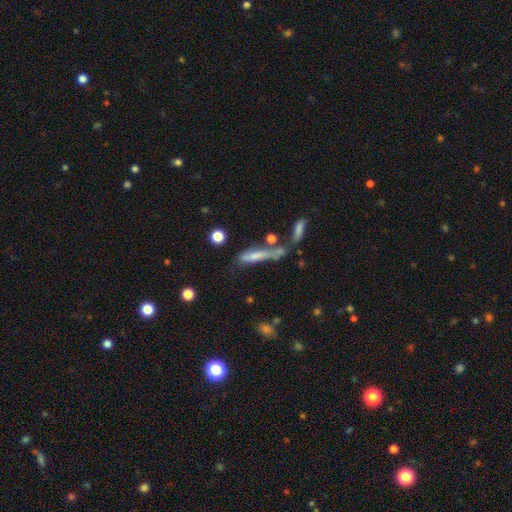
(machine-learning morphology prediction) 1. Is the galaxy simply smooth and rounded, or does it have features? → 53% smooth, 35% featured or disk, 12% star or artifact.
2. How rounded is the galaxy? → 82% cigar-shaped, 15% in between, 3% round.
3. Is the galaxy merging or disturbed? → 41% none, 26% merger, 19% minor disturbance, 14% major disturbance.